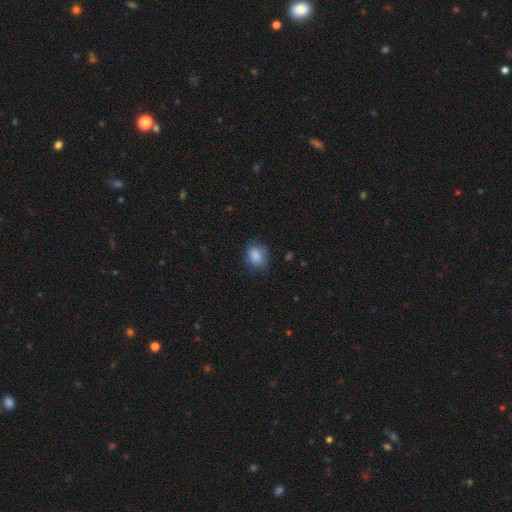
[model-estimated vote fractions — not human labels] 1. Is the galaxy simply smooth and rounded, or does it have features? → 85% smooth, 8% star or artifact, 7% featured or disk.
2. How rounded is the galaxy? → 56% in between, 43% round, 1% cigar-shaped.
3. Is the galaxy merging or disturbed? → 70% none, 22% minor disturbance, 6% major disturbance, 2% merger.